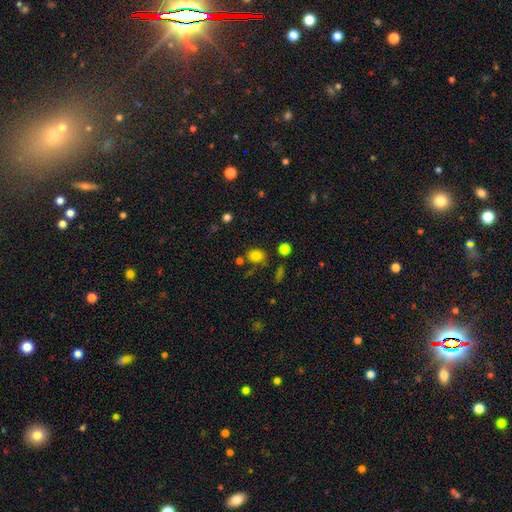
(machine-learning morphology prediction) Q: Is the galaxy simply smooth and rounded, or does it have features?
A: smooth — 81%.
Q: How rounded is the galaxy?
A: round — 57%.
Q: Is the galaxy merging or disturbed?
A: none — 74%.